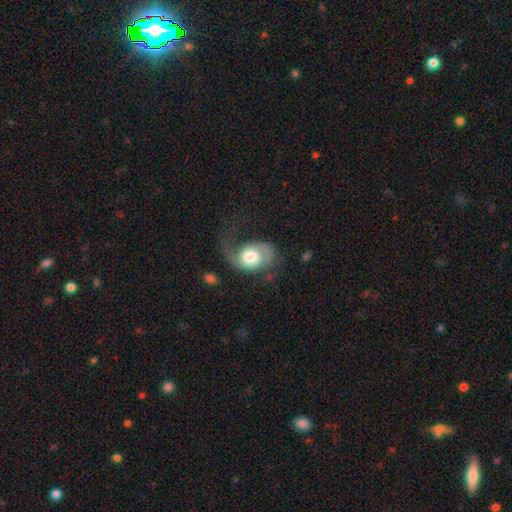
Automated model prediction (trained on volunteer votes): smooth_or_featured: featured or disk (p=0.69) [alt: smooth p=0.24]
disk_edge_on: no (p=0.97) [alt: yes p=0.03]
bar: no (p=0.73) [alt: weak p=0.23]
has_spiral_arms: yes (p=0.91) [alt: no p=0.09]
spiral_winding: loose (p=0.45) [alt: medium p=0.36]
spiral_arm_count: 2 (p=0.49) [alt: 1 p=0.44]
bulge_size: moderate (p=0.48) [alt: large p=0.36]
merging: none (p=0.38) [alt: major disturbance p=0.37]